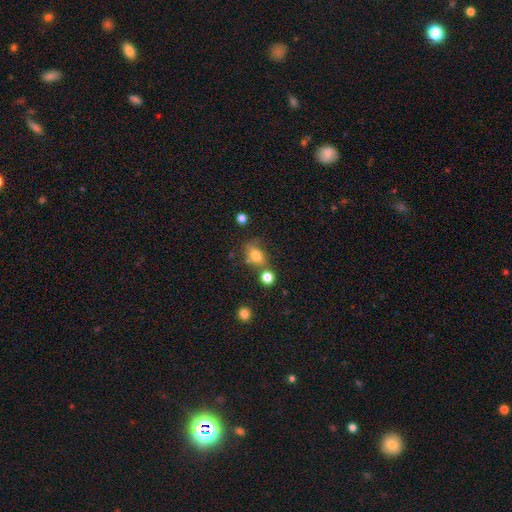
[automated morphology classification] Smooth or featured?
  - smooth: 76% *
  - star or artifact: 13%
  - featured or disk: 12%
How rounded?
  - in between: 66% *
  - round: 31%
  - cigar-shaped: 3%
Merging?
  - none: 56% *
  - minor disturbance: 19%
  - merger: 18%
  - major disturbance: 8%